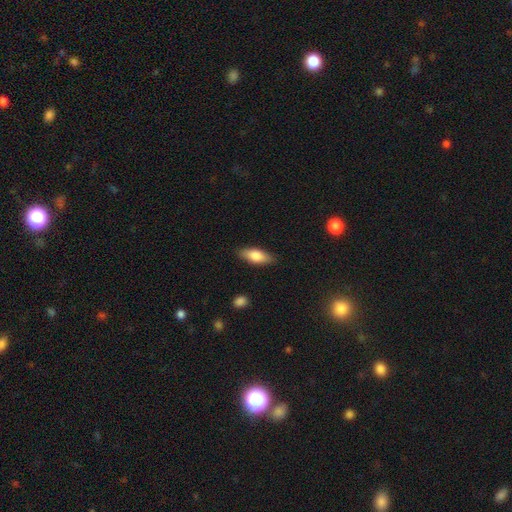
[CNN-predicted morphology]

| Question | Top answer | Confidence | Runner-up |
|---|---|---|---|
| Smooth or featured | smooth | 75% | featured or disk (19%) |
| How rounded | in between | 73% | cigar-shaped (25%) |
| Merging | none | 86% | minor disturbance (10%) |